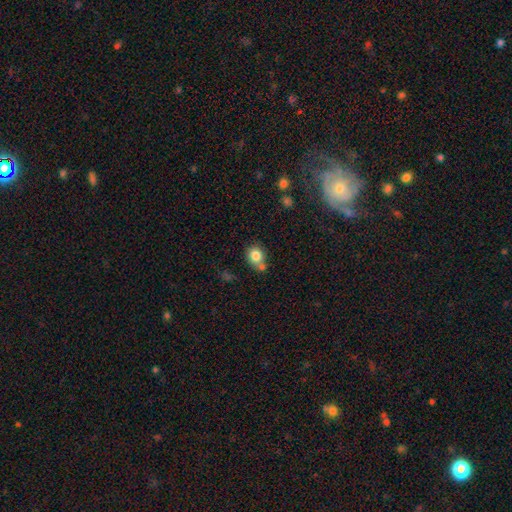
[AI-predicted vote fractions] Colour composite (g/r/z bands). It shows a smooth galaxy with no disk features (82%) that is round (61%). Merging: none (53%).